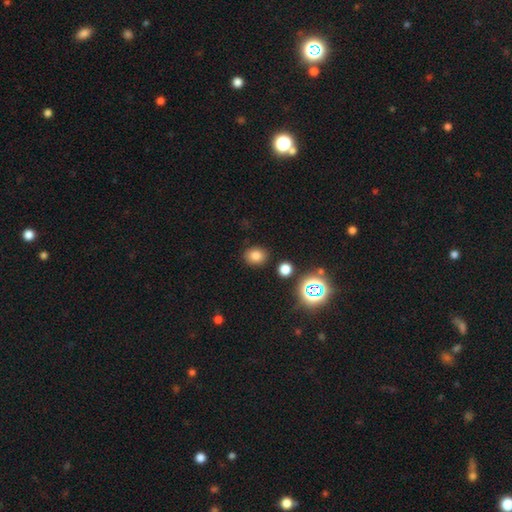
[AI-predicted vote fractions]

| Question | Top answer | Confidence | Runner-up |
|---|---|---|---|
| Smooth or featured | smooth | 77% | star or artifact (16%) |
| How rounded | round | 59% | in between (40%) |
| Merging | none | 86% | minor disturbance (8%) |